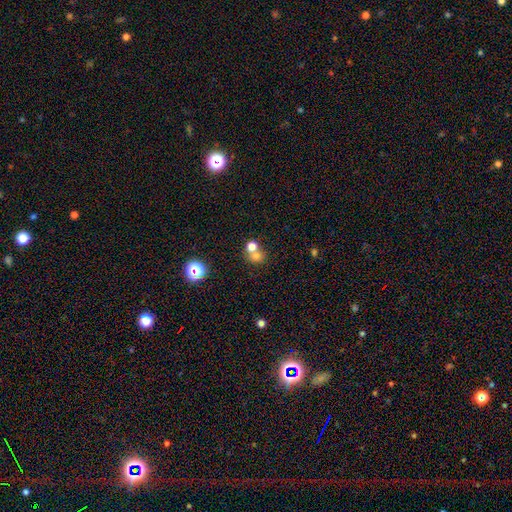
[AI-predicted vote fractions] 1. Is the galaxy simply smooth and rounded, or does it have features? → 71% smooth, 17% star or artifact, 12% featured or disk.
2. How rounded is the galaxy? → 75% round, 24% in between, 1% cigar-shaped.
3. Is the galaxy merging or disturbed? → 48% merger, 42% none, 7% minor disturbance, 3% major disturbance.